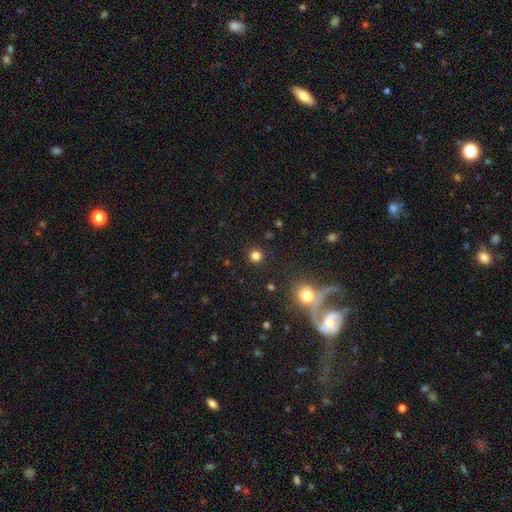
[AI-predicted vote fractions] A smooth galaxy with no disk features (80%) that is round (94%). Merging: none (91%).